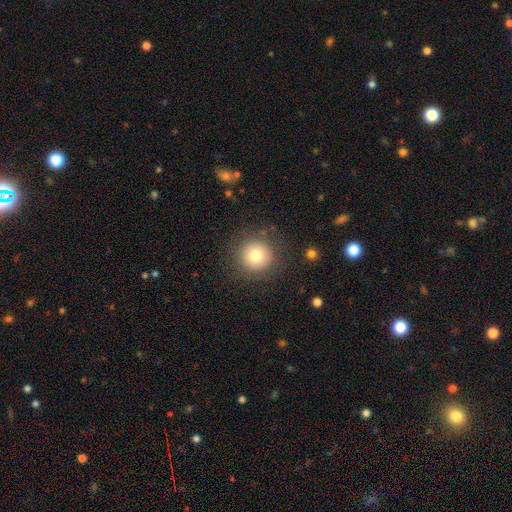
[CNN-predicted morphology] smooth_or_featured: smooth (p=0.78) [alt: star or artifact p=0.11]
how_rounded: round (p=0.95) [alt: in between p=0.04]
merging: none (p=0.87) [alt: minor disturbance p=0.08]